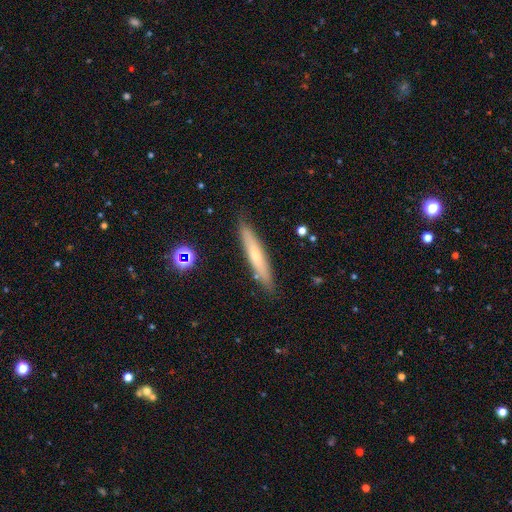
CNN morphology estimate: This appears to be a smooth galaxy with no disk features (49%). Merging: none (87%).